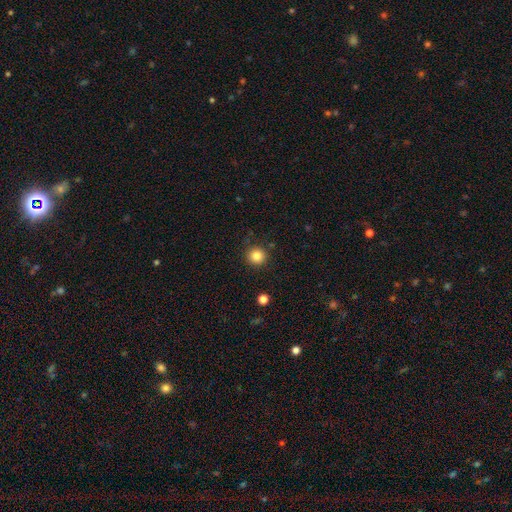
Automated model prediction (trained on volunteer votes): Morphology: type=smooth (83%); roundness=round (95%); merging=none (90%).